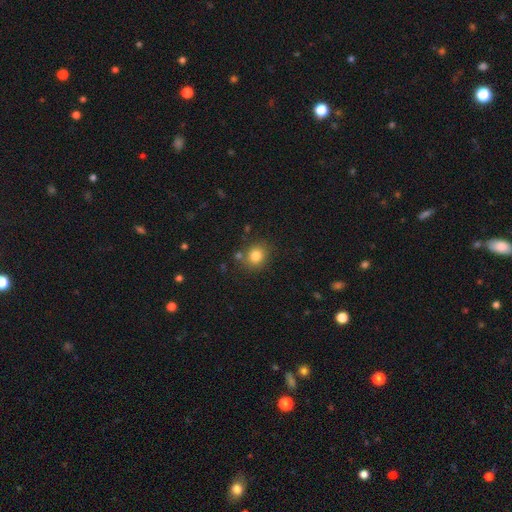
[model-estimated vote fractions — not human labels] Smooth or featured: smooth — 82% (star or artifact — 11%)
How rounded: round — 75% (in between — 24%)
Merging: none — 77% (minor disturbance — 12%)